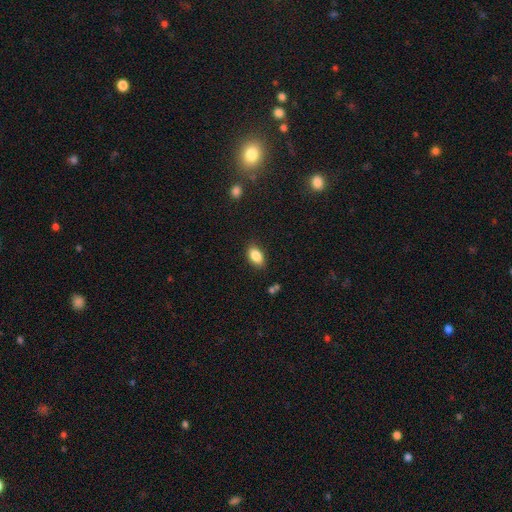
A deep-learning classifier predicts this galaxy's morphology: Smooth or featured: smooth — 86% (star or artifact — 8%)
How rounded: in between — 90% (round — 7%)
Merging: none — 84% (minor disturbance — 11%)